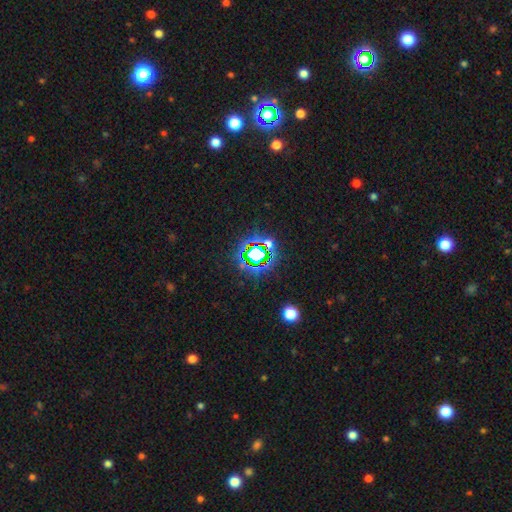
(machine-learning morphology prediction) Overall: star or artifact (75%).